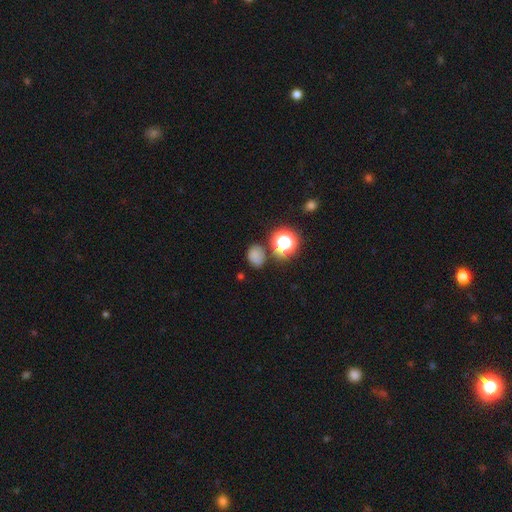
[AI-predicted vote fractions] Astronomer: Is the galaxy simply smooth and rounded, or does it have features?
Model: smooth — 72%.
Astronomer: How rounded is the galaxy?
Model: round — 52% (runner-up: in between, 47%).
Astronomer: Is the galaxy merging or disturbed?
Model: none — 73%.